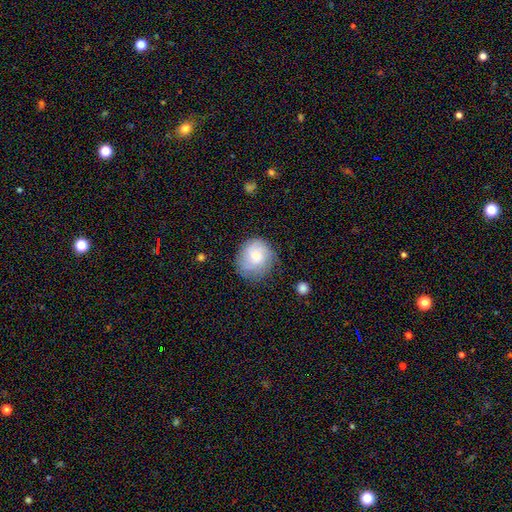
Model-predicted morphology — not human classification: Smooth or featured? smooth (52%)
How rounded? round (78%)
Merging? none (72%)